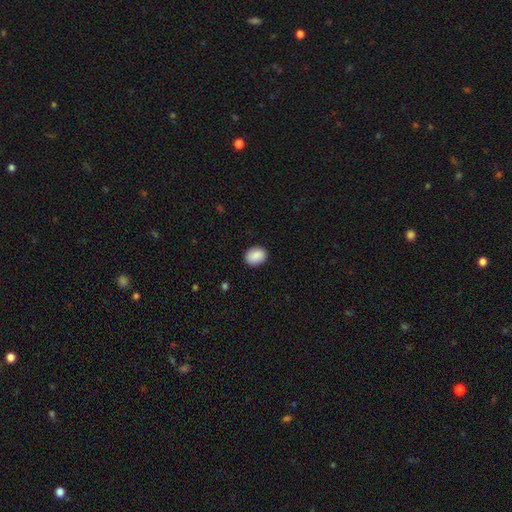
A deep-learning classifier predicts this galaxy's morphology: Smooth or featured? Predicted: smooth (p=0.89). How rounded? Predicted: in between (p=0.62). Merging? Predicted: none (p=0.88).